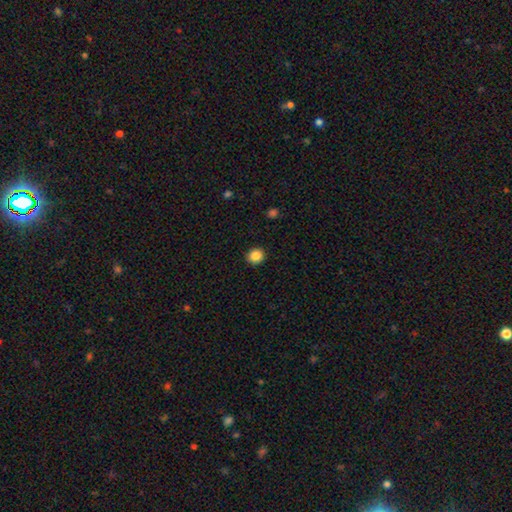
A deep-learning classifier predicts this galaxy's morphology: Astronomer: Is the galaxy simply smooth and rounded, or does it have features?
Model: smooth — 86%.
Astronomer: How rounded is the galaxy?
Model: round — 87%.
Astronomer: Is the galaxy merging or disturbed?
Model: none — 91%.